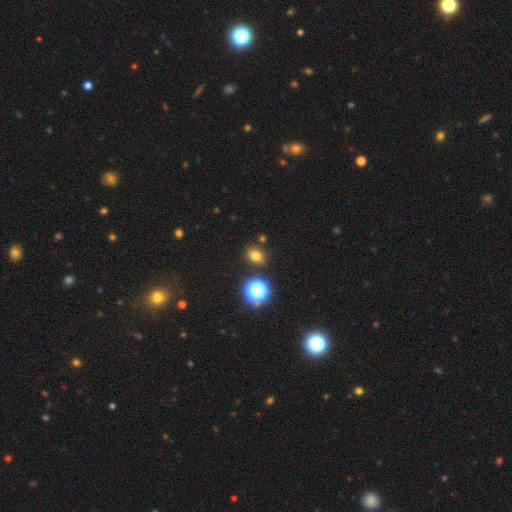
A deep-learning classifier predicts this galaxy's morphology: smooth-or-featured: smooth: 73% | star or artifact: 20% | featured or disk: 7%
  how-rounded: in between: 53% | round: 46% | cigar-shaped: 1%
  merging: none: 83% | minor disturbance: 10% | merger: 5% | major disturbance: 3%